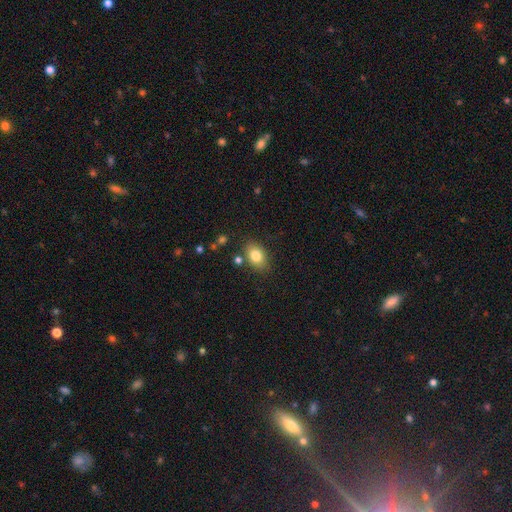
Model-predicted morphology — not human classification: type=smooth (81%); roundness=in between (79%); merging=none (79%).